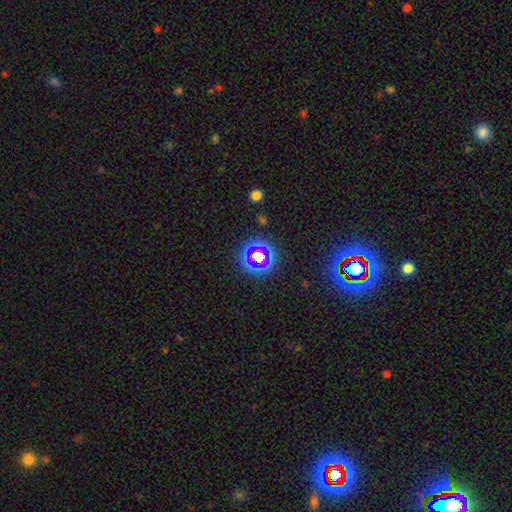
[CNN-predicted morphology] This is likely a star or artifact rather than a galaxy (63%).